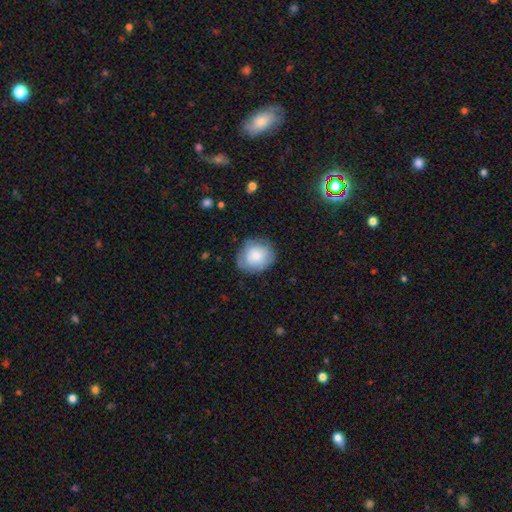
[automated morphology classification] smooth 77%, featured or disk 16%, star or artifact 7%. Down the decision tree: how rounded — round (75%); merging — none (72%).